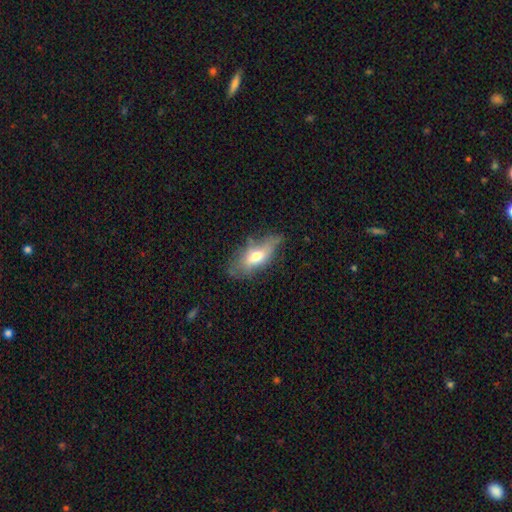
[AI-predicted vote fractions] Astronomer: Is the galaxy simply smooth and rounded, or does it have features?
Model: smooth — 61%.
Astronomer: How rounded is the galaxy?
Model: in between — 79%.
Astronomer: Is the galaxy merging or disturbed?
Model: none — 53% (runner-up: minor disturbance, 31%).